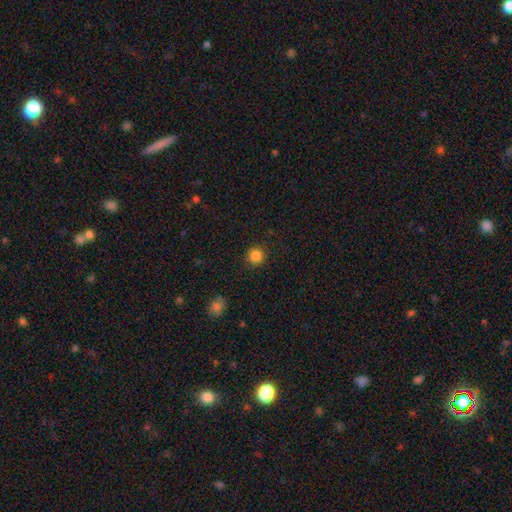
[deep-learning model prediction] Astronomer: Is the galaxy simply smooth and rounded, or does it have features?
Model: smooth — 85%.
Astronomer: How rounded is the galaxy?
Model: round — 93%.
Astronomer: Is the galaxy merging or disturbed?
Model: none — 90%.